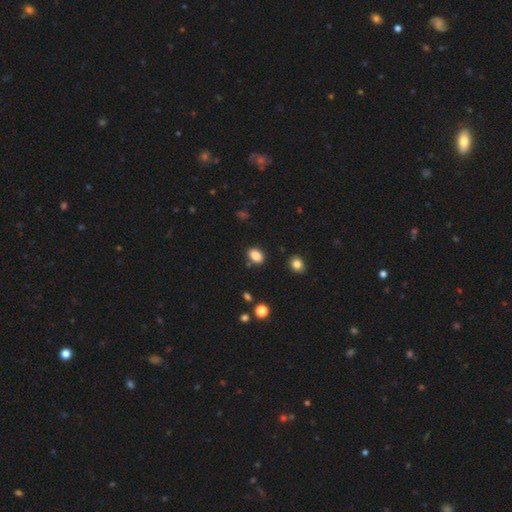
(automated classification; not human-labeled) Morphology: type=smooth (86%); roundness=in between (82%); merging=none (84%).